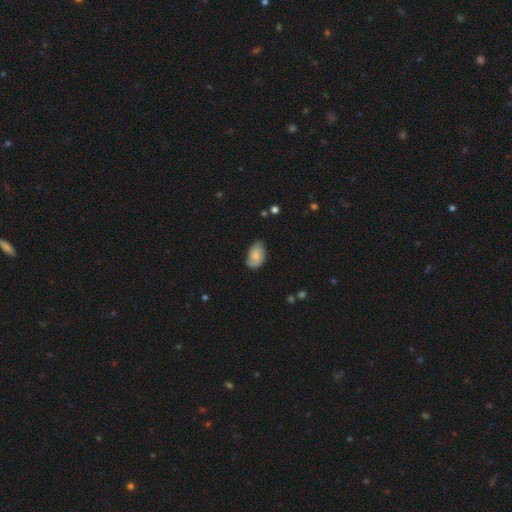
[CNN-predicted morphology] Smooth or featured? Predicted: smooth (p=0.65). How rounded? Predicted: in between (p=0.89). Merging? Predicted: none (p=0.63).